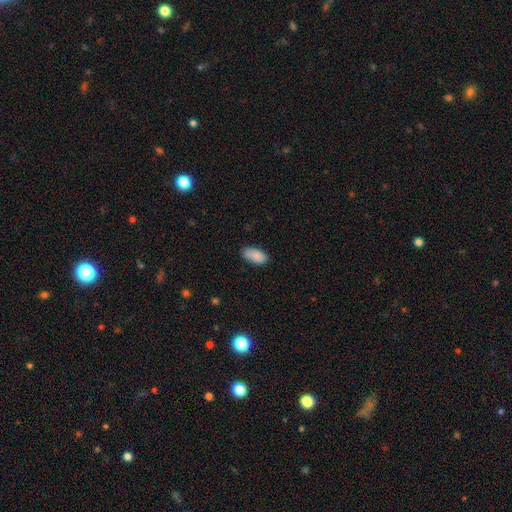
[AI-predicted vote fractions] Smooth or featured? Predicted: smooth (p=0.89). How rounded? Predicted: in between (p=0.92). Merging? Predicted: none (p=0.80).